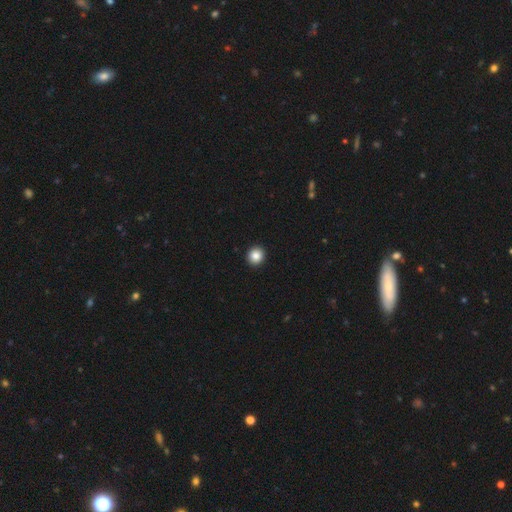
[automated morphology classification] This is clearly a smooth galaxy (86%). How rounded: clearly round (89%). Merging: clearly none (94%).